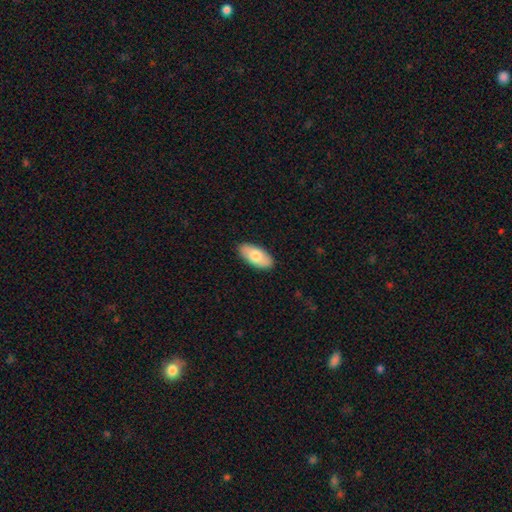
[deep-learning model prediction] smooth 77%, featured or disk 18%, star or artifact 5%. Down the decision tree: how rounded — in between (91%); merging — none (89%).